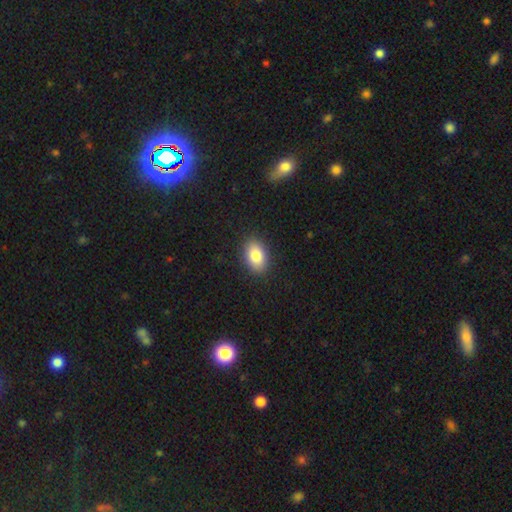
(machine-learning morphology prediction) Smooth or featured: smooth — 84% (featured or disk — 8%)
How rounded: in between — 85% (round — 14%)
Merging: none — 89% (minor disturbance — 8%)